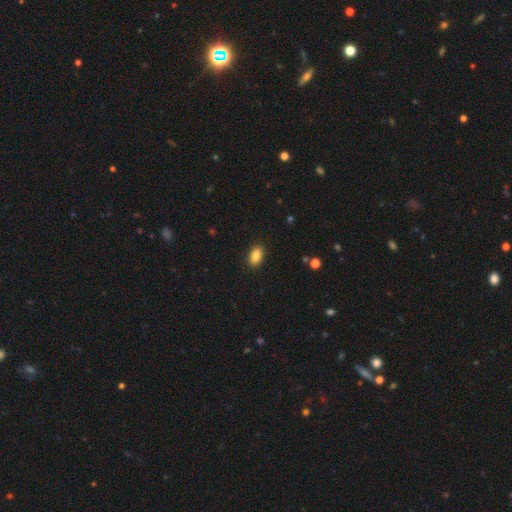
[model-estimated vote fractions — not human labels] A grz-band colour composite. It shows a smooth galaxy with no disk features (86%) that is in between round and cigar-shaped (90%). Merging: none (89%).